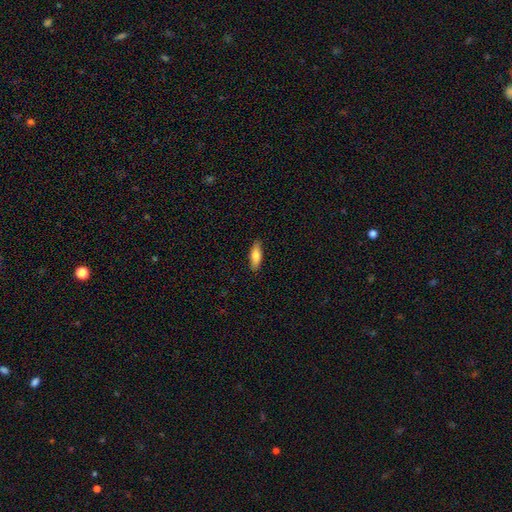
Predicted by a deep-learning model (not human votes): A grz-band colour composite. It shows a smooth galaxy with no disk features (79%) that is in between round and cigar-shaped (58%). Merging: none (87%).